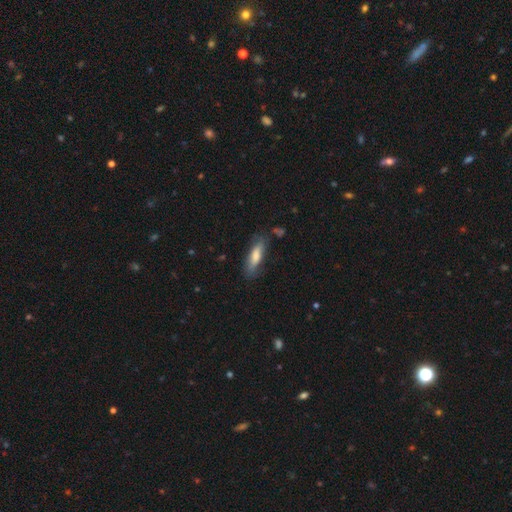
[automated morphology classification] Smooth or featured?
  - smooth: 70% *
  - featured or disk: 24%
  - star or artifact: 6%
How rounded?
  - cigar-shaped: 50% *
  - in between: 48%
  - round: 2%
Merging?
  - none: 70% *
  - minor disturbance: 21%
  - major disturbance: 7%
  - merger: 2%